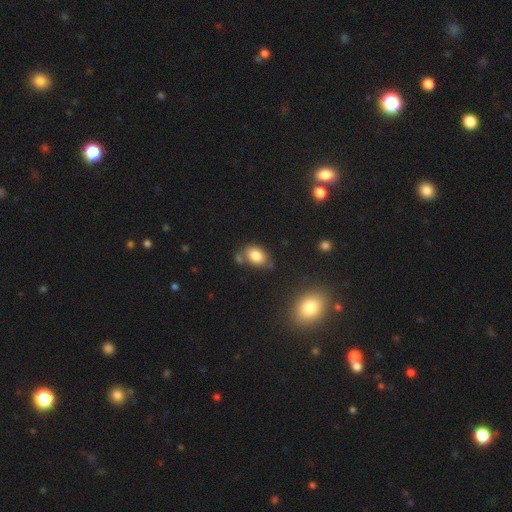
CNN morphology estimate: type=smooth (82%); roundness=in between (80%); merging=none (64%).